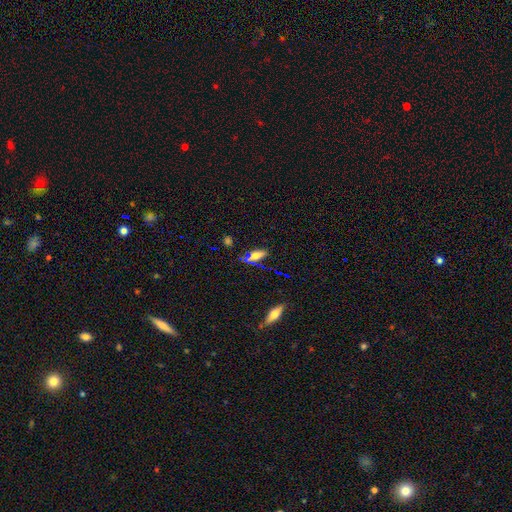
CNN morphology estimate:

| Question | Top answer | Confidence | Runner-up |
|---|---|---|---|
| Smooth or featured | smooth | 59% | featured or disk (22%) |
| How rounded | in between | 74% | cigar-shaped (17%) |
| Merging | none | 63% | minor disturbance (17%) |